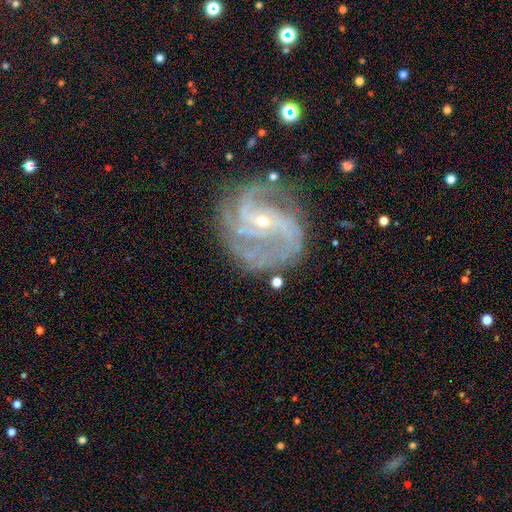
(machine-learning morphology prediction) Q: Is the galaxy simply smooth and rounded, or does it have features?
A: featured or disk — 90%.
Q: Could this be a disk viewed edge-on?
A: no — 98%.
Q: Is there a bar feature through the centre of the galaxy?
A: no — 42%.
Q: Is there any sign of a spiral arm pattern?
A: yes — 98%.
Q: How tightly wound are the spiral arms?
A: medium — 48%.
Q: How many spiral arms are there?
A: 2 — 31%, tied with 3.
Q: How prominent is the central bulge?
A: small — 79%.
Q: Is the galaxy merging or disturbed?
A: none — 71%.